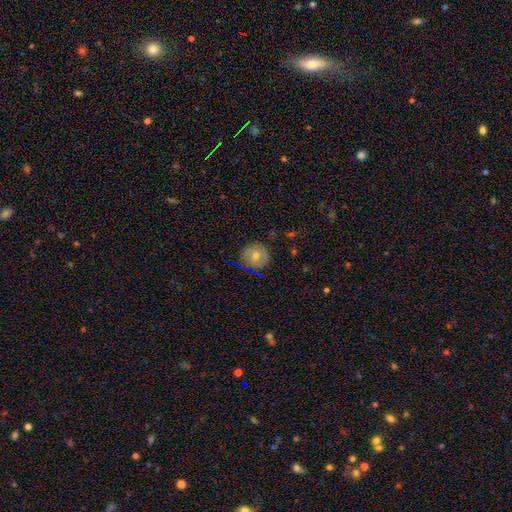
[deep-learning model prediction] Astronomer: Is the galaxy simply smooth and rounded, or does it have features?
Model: smooth — 44%, tied with featured or disk at 44%.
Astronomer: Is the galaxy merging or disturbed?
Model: none — 79%.